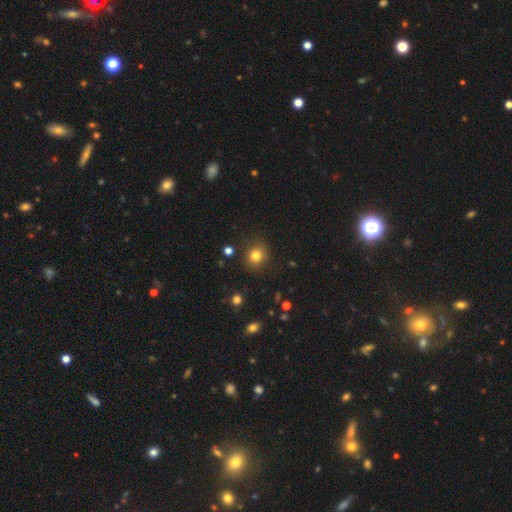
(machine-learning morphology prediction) The model was most divided on "smooth or featured": smooth: 81%, star or artifact: 13%, featured or disk: 6%. More confident: merging — none (88%); how rounded — round (85%).